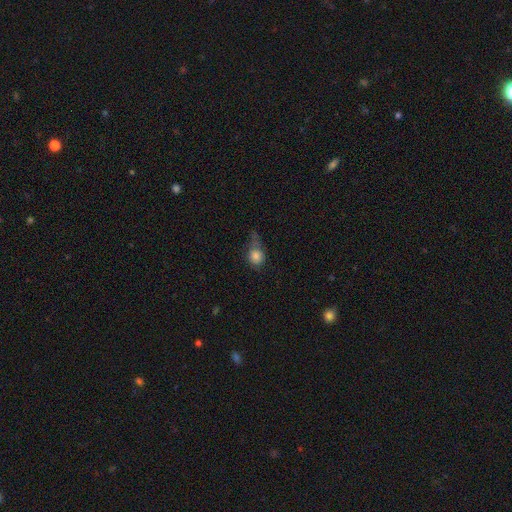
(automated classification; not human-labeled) Q: Smooth or featured?
A: smooth (79%); runner-up: star or artifact (11%)
Q: How rounded?
A: round (70%); runner-up: in between (28%)
Q: Merging?
A: none (31%); tied with: minor disturbance (31%)